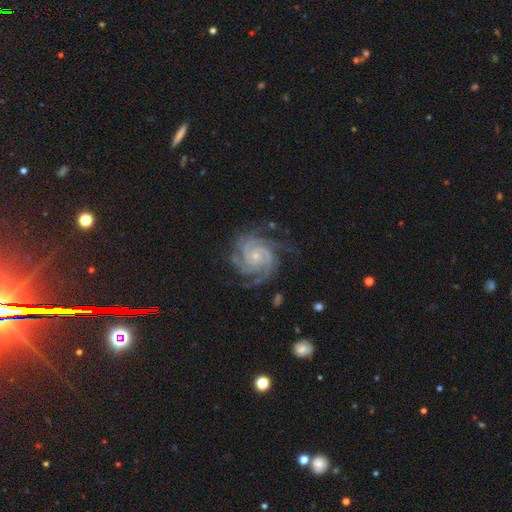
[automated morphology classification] smooth_or_featured: featured or disk (p=0.92) [alt: star or artifact p=0.05]
disk_edge_on: no (p=0.98) [alt: yes p=0.02]
bar: no (p=0.74) [alt: weak p=0.19]
has_spiral_arms: yes (p=0.99) [alt: no p=0.01]
spiral_winding: tight (p=0.75) [alt: medium p=0.23]
spiral_arm_count: 3 (p=0.34) [alt: 4 p=0.29]
bulge_size: small (p=0.79) [alt: moderate p=0.17]
merging: none (p=0.75) [alt: minor disturbance p=0.17]